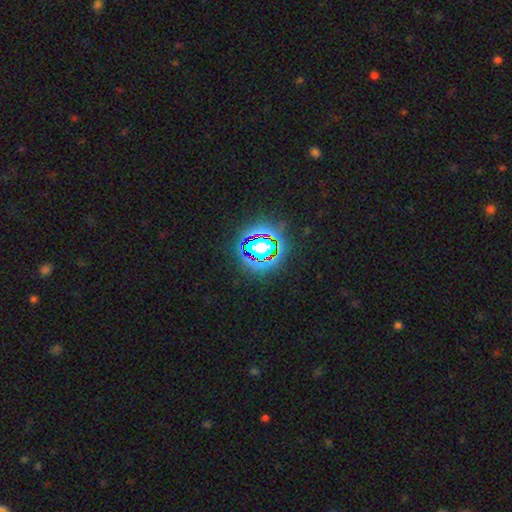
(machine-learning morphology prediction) Smooth or featured? star or artifact (68%)